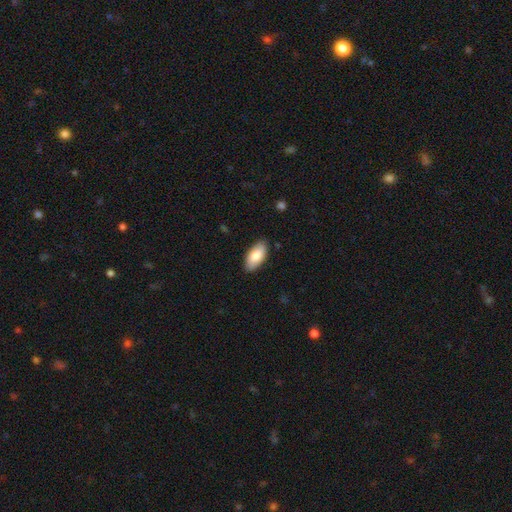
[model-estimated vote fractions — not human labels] A smooth galaxy with no disk features (83%) that is in between round and cigar-shaped (92%).

Vote fractions:
- Smooth or featured? smooth: 83% / featured or disk: 12% / star or artifact: 6%
- How rounded? in between: 92% / cigar-shaped: 6% / round: 2%
- Merging? none: 87% / minor disturbance: 10% / major disturbance: 2% / merger: 1%